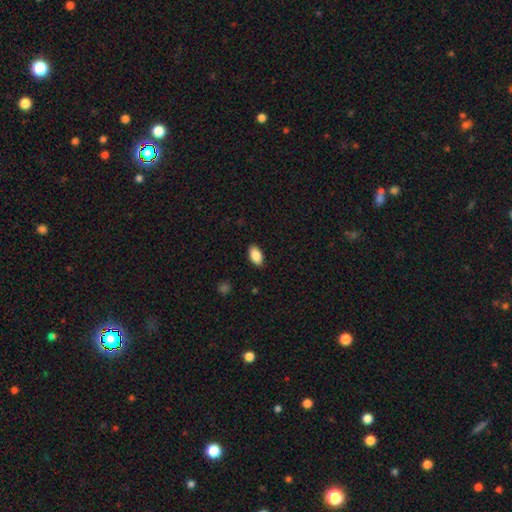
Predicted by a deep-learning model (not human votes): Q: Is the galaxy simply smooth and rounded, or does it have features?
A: smooth — 87%.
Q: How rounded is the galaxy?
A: in between — 93%.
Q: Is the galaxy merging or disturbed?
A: none — 88%.